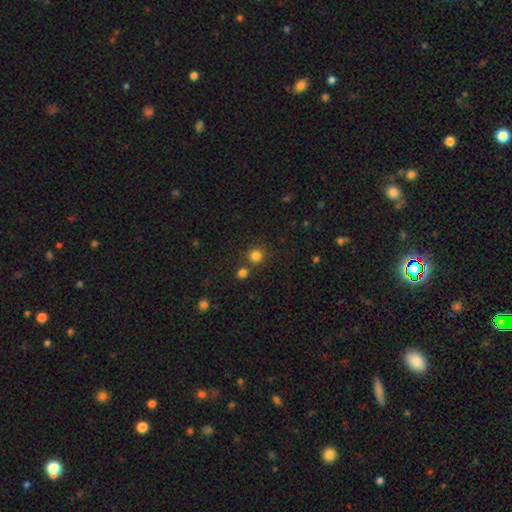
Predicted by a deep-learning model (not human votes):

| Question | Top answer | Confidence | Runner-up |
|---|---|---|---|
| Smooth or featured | smooth | 81% | star or artifact (15%) |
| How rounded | round | 92% | in between (7%) |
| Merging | none | 78% | merger (12%) |